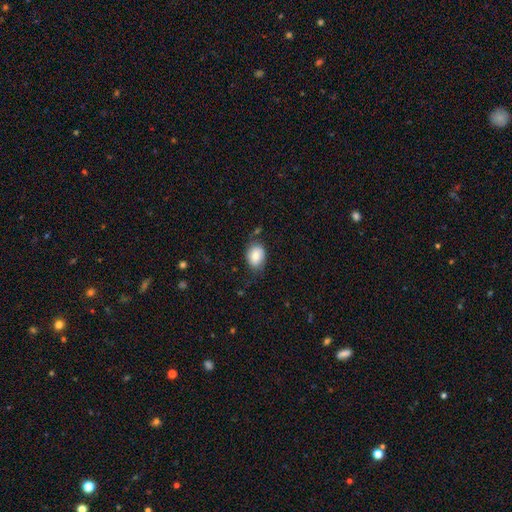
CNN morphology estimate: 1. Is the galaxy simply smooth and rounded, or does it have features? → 80% smooth, 12% featured or disk, 7% star or artifact.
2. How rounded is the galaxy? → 74% in between, 25% round, 1% cigar-shaped.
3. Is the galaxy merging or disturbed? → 65% none, 25% minor disturbance, 7% major disturbance, 3% merger.